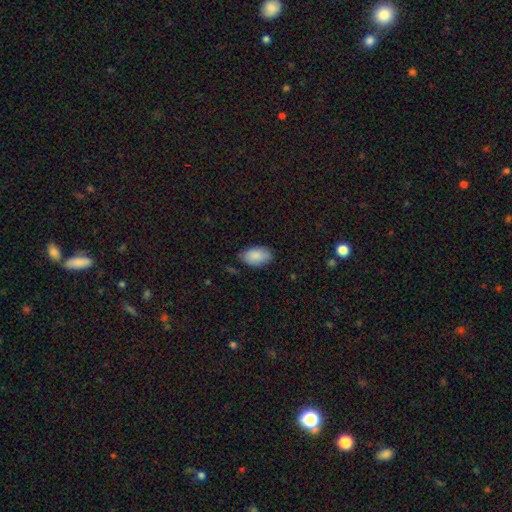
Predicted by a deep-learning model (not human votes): This is clearly a smooth galaxy (88%). How rounded: clearly in between (94%). Merging: likely none (77%).